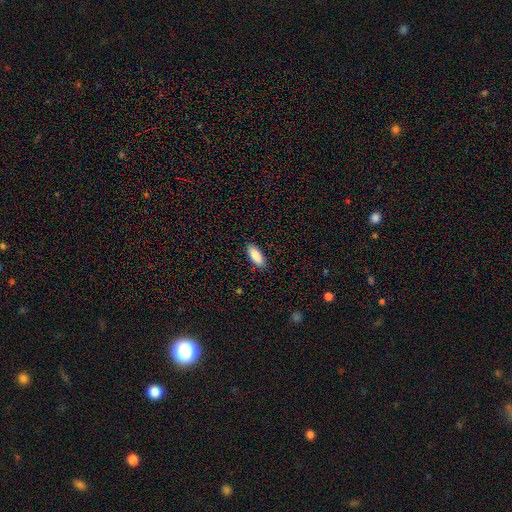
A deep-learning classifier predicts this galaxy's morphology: A smooth galaxy with no disk features (89%) that is in between round and cigar-shaped (77%).

Vote fractions:
- Smooth or featured? smooth: 89% / star or artifact: 6% / featured or disk: 5%
- How rounded? in between: 77% / cigar-shaped: 21% / round: 2%
- Merging? none: 89% / minor disturbance: 8% / major disturbance: 2% / merger: 1%